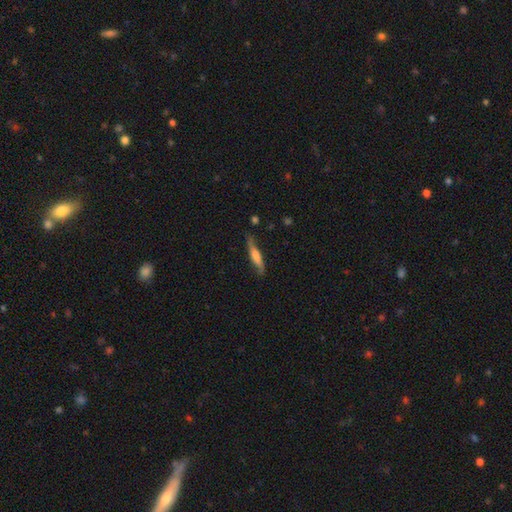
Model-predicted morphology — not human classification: This appears to be a smooth galaxy with no disk features (48%). Merging: none (66%).